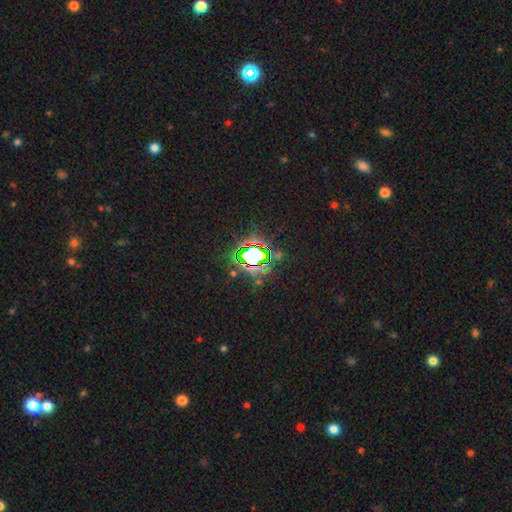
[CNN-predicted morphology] smooth-or-featured: star or artifact: 73% | smooth: 16% | featured or disk: 11%